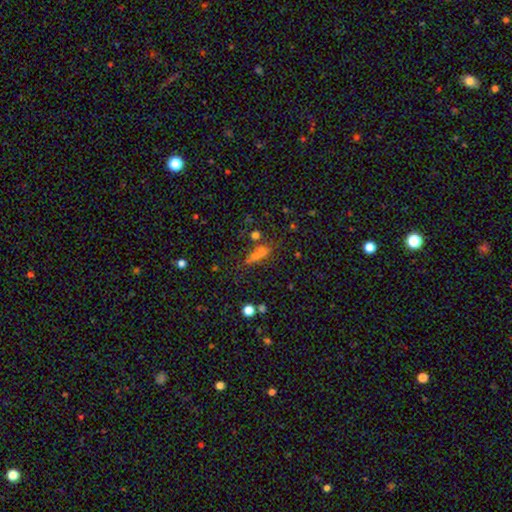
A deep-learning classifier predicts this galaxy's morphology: smooth-or-featured: smooth: 47% | star or artifact: 33% | featured or disk: 19%
  merging: none: 43% | merger: 41% | minor disturbance: 9% | major disturbance: 6%